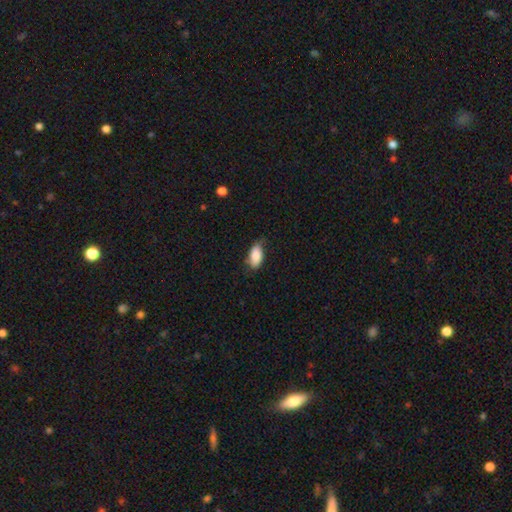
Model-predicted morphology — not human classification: The model was most divided on "merging": none: 64%, minor disturbance: 29%, major disturbance: 5%, merger: 1%. More confident: how rounded — in between (92%); smooth or featured — smooth (85%).